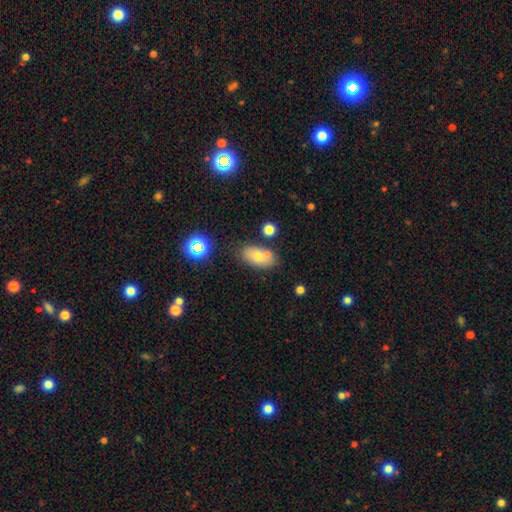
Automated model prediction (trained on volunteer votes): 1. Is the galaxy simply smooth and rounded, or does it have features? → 65% smooth, 19% featured or disk, 15% star or artifact.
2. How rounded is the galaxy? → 86% in between, 9% round, 5% cigar-shaped.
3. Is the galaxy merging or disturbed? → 72% none, 12% merger, 12% minor disturbance, 3% major disturbance.